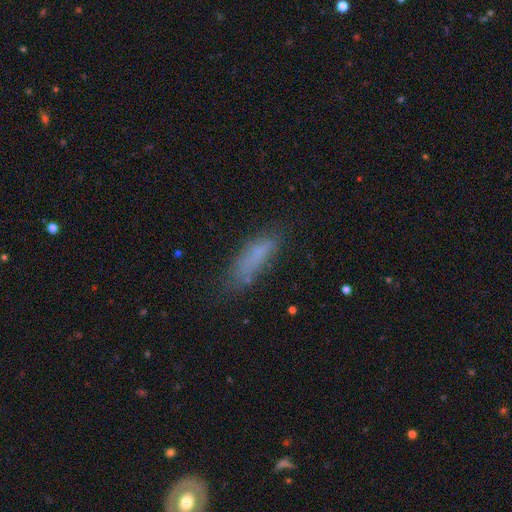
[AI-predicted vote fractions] This is likely a smooth galaxy (70%). How rounded: possibly cigar-shaped (54%). Merging: possibly none (58%).